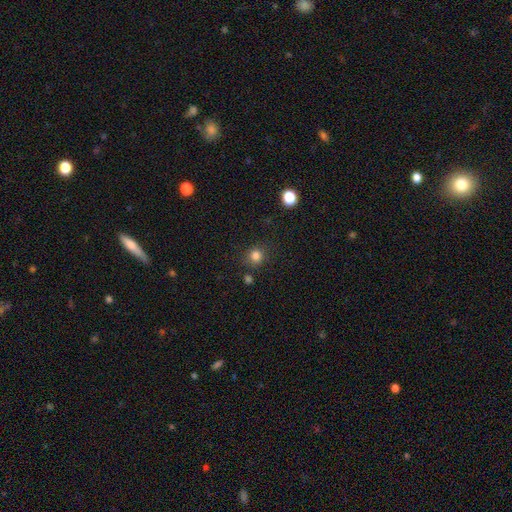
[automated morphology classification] type=smooth (82%); roundness=round (88%); merging=none (82%).